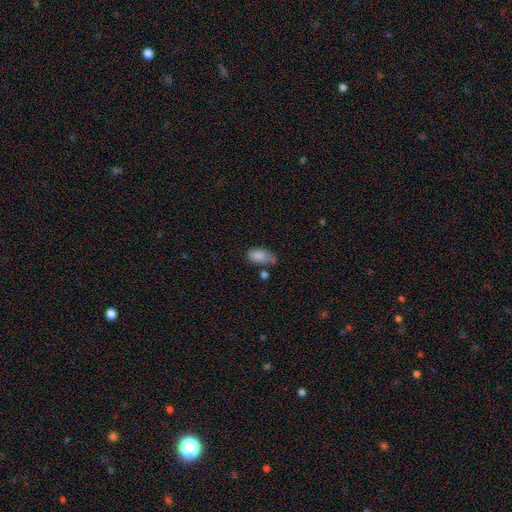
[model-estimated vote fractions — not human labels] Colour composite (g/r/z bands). It shows a smooth galaxy with no disk features (54%) that is in between round and cigar-shaped (84%). Merging: none (69%).